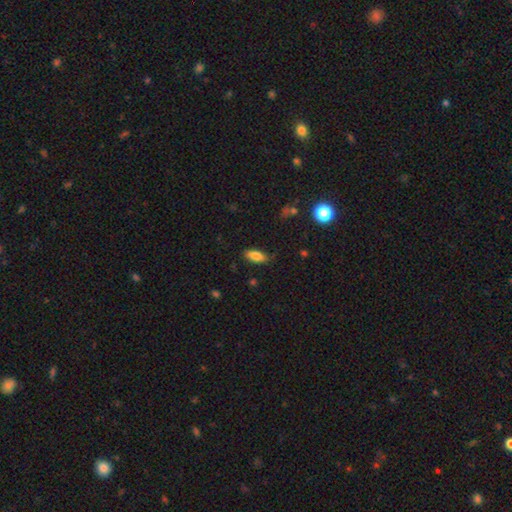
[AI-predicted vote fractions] A smooth galaxy with no disk features (83%) that is in between round and cigar-shaped (82%). Merging: none (81%).